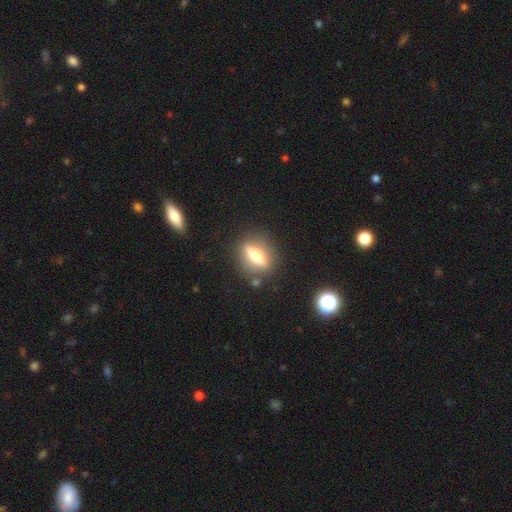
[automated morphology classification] A featured or disk galaxy (51%) viewed edge-on (72%).

Vote fractions:
- Smooth or featured? featured or disk: 51% / smooth: 40% / star or artifact: 9%
- Edge-on disk? yes: 72% / no: 28%
- Merging? none: 85% / minor disturbance: 8% / major disturbance: 4% / merger: 3%